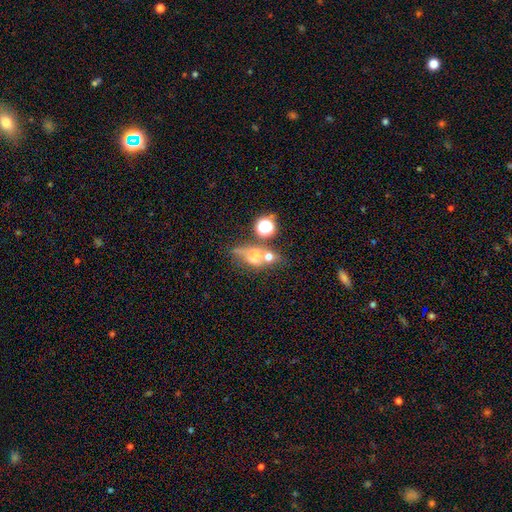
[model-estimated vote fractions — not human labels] Smooth or featured: smooth — 46% (featured or disk — 32%)
Merging: merger — 41% (none — 25%)